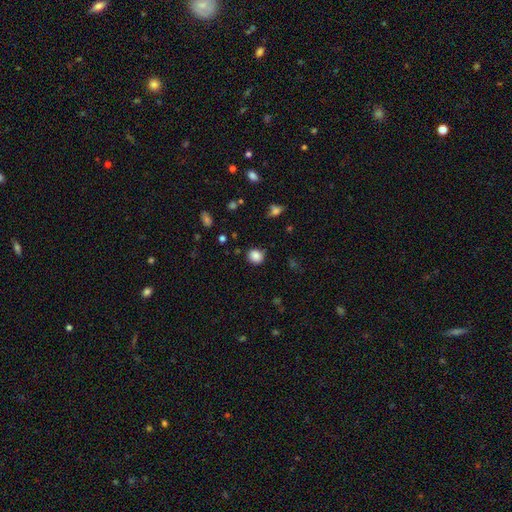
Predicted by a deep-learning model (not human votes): Q: Smooth or featured?
A: smooth (86%); runner-up: star or artifact (10%)
Q: How rounded?
A: round (72%); runner-up: in between (27%)
Q: Merging?
A: none (81%); runner-up: minor disturbance (13%)